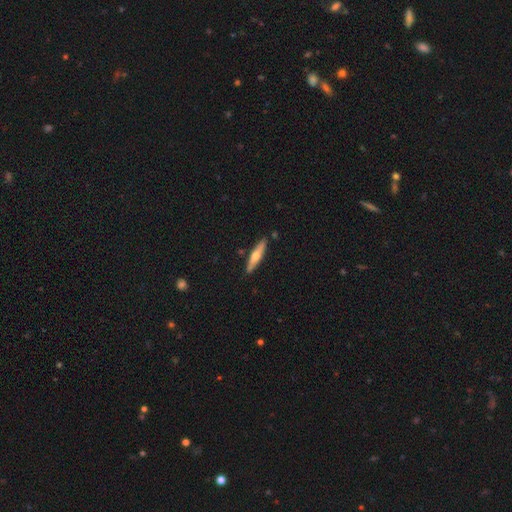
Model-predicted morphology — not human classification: A featured or disk galaxy (54%) viewed edge-on (94%) with a rounded central bulge (89%). Merging: none (88%).